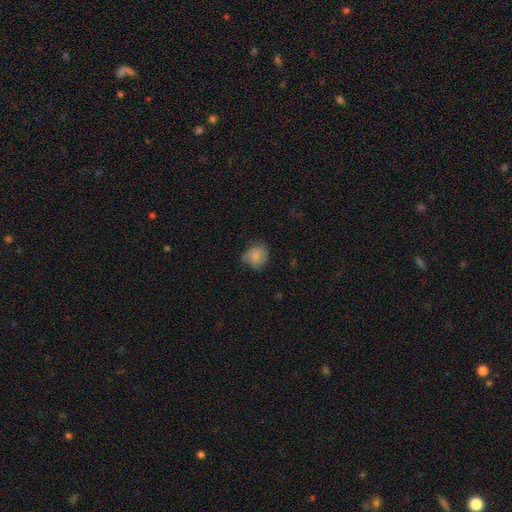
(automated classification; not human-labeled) The model was most divided on "merging": none: 59%, minor disturbance: 31%, major disturbance: 8%, merger: 2%. More confident: smooth or featured — smooth (78%); how rounded — round (77%).